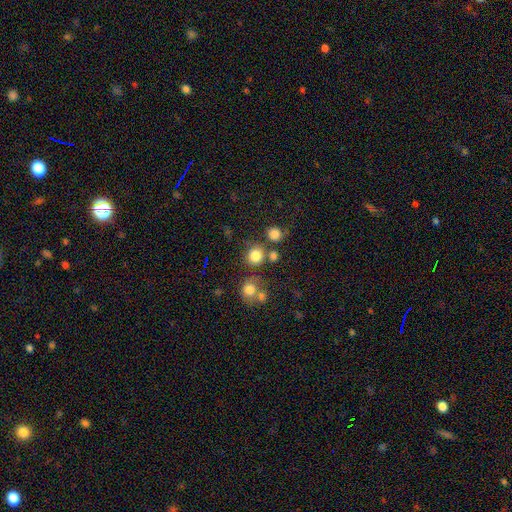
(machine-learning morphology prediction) type=smooth (80%); roundness=round (88%); merging=none (71%).